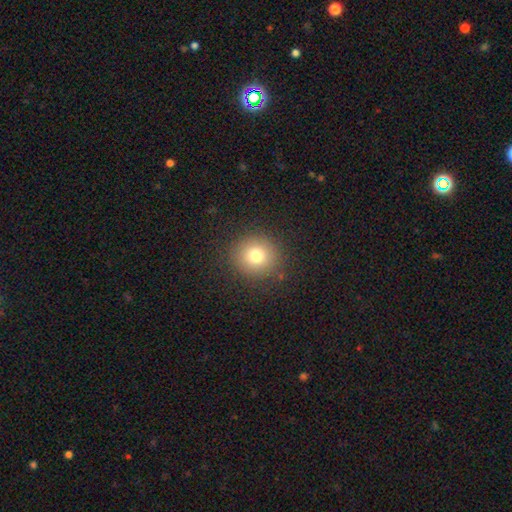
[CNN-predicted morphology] Smooth or featured? smooth (76%)
How rounded? round (92%)
Merging? none (88%)